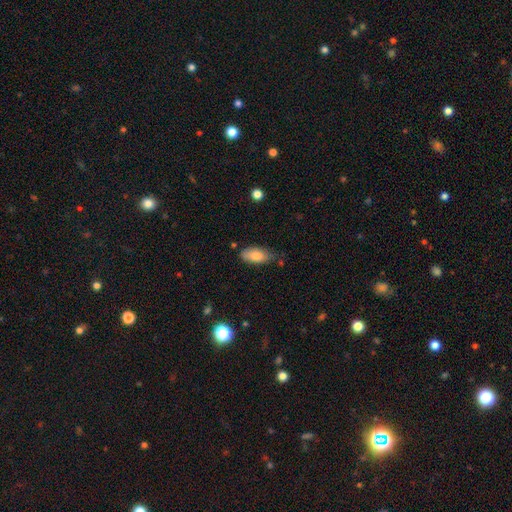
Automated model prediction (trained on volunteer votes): smooth-or-featured: smooth: 81% | featured or disk: 12% | star or artifact: 7%
  how-rounded: in between: 89% | cigar-shaped: 8% | round: 3%
  merging: none: 63% | minor disturbance: 29% | major disturbance: 5% | merger: 3%